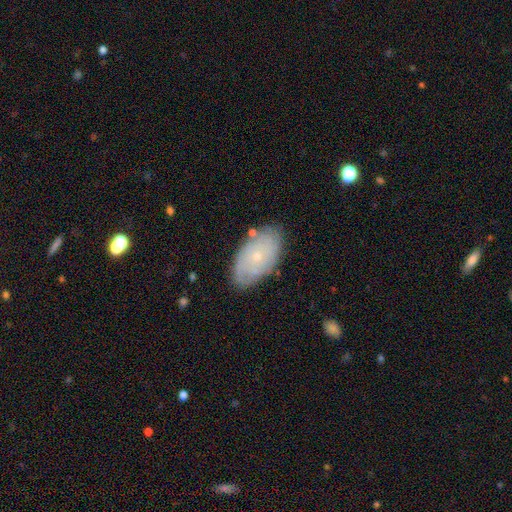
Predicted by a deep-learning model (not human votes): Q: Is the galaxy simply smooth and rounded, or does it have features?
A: featured or disk — 50%.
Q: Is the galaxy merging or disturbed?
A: none — 79%.